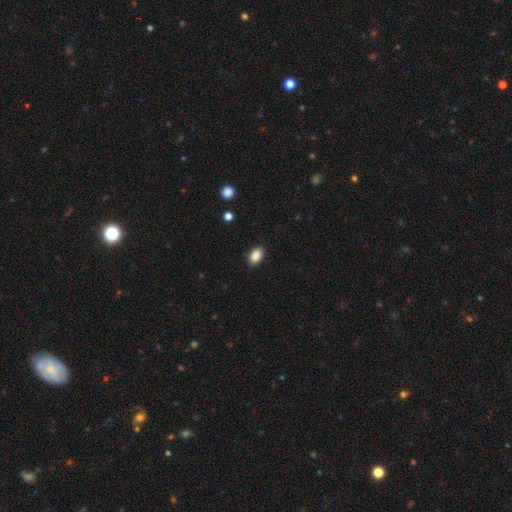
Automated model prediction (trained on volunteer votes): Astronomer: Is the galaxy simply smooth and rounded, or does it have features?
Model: smooth — 89%.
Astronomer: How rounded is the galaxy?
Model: in between — 87%.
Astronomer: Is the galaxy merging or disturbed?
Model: none — 88%.